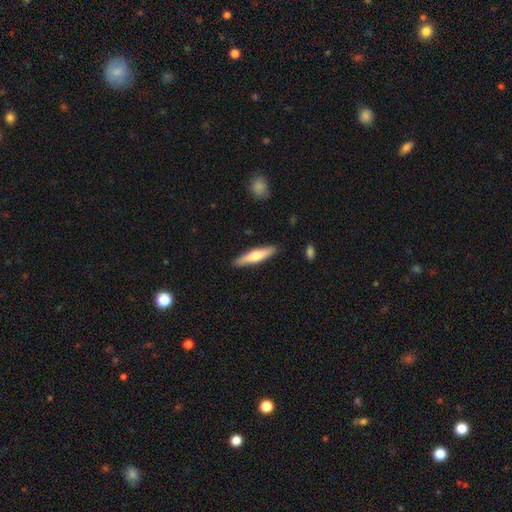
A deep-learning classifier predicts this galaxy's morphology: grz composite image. It shows a smooth galaxy with no disk features (51%) that is cigar-shaped (83%). Merging: none (89%).